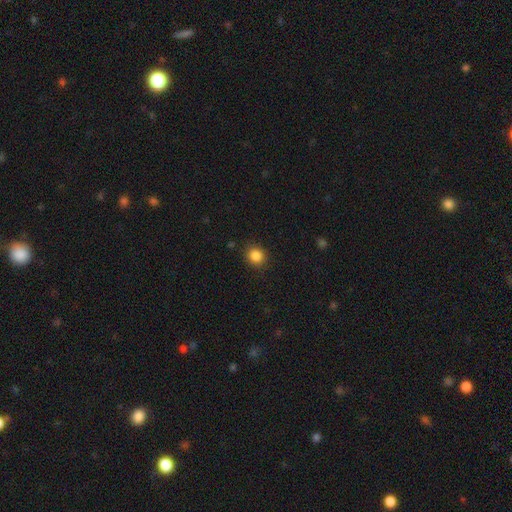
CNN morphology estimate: smooth 86%, star or artifact 11%, featured or disk 4%. Down the decision tree: how rounded — round (84%); merging — none (89%).